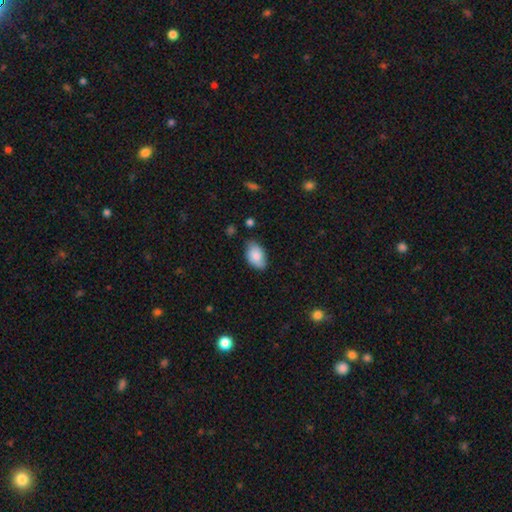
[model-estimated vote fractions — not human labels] Smooth or featured: smooth — 82% (featured or disk — 12%)
How rounded: in between — 91% (round — 8%)
Merging: none — 70% (minor disturbance — 25%)